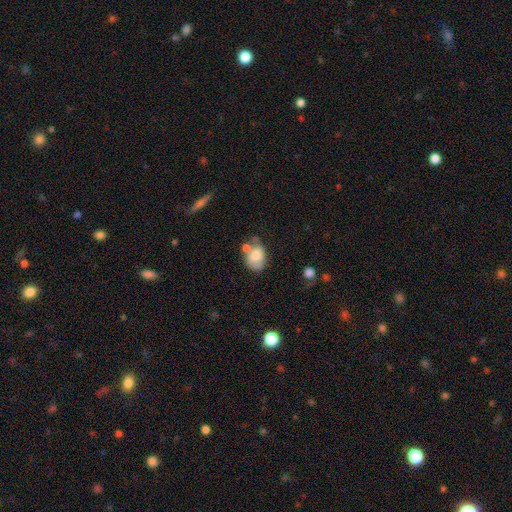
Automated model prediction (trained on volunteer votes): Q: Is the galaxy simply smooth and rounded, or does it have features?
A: smooth — 69%.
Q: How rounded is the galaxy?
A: in between — 69%.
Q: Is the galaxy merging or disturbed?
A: none — 36%.